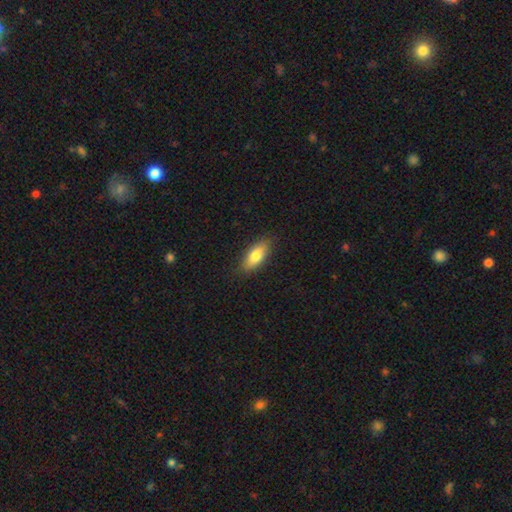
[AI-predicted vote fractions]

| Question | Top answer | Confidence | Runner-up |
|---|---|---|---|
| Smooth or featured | smooth | 77% | featured or disk (16%) |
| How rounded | in between | 78% | cigar-shaped (19%) |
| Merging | none | 86% | minor disturbance (10%) |